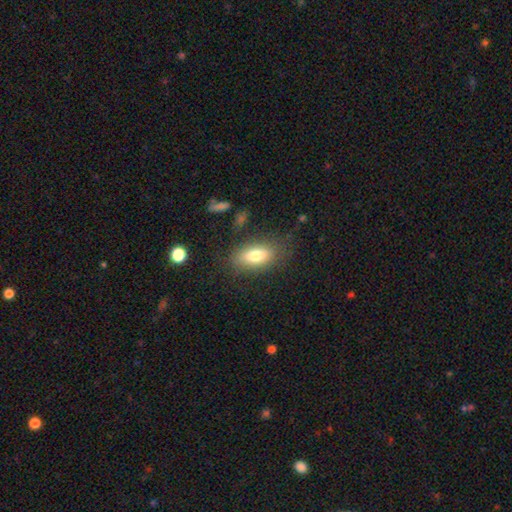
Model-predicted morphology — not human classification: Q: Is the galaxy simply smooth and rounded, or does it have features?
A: smooth — 77%.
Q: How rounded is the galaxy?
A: in between — 85%.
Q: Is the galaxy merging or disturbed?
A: none — 78%.